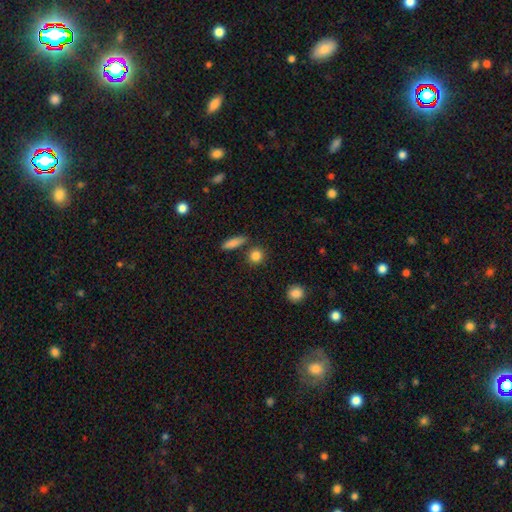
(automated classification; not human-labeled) A smooth galaxy with no disk features (85%) that is round (82%).

Vote fractions:
- Smooth or featured? smooth: 85% / star or artifact: 10% / featured or disk: 5%
- How rounded? round: 82% / in between: 13% / cigar-shaped: 5%
- Merging? none: 81% / minor disturbance: 9% / merger: 8% / major disturbance: 3%